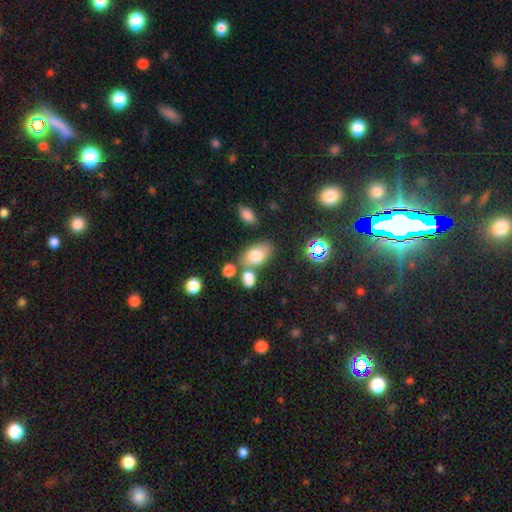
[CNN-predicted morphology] Smooth or featured? Predicted: smooth (p=0.74). How rounded? Predicted: in between (p=0.88). Merging? Predicted: none (p=0.59).